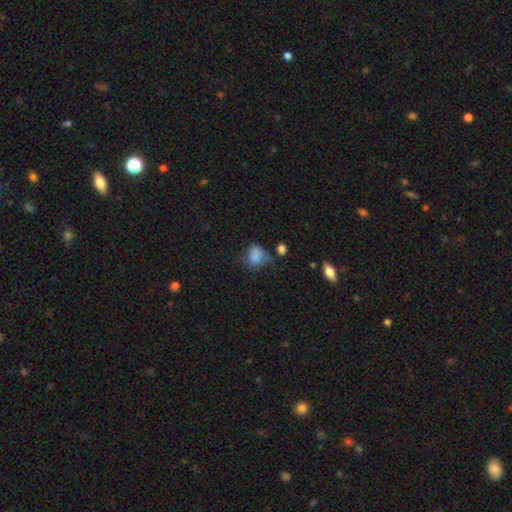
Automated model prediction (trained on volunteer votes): smooth_or_featured: smooth (p=0.79) [alt: star or artifact p=0.12]
how_rounded: in between (p=0.51) [alt: round p=0.47]
merging: none (p=0.39) [alt: minor disturbance p=0.34]